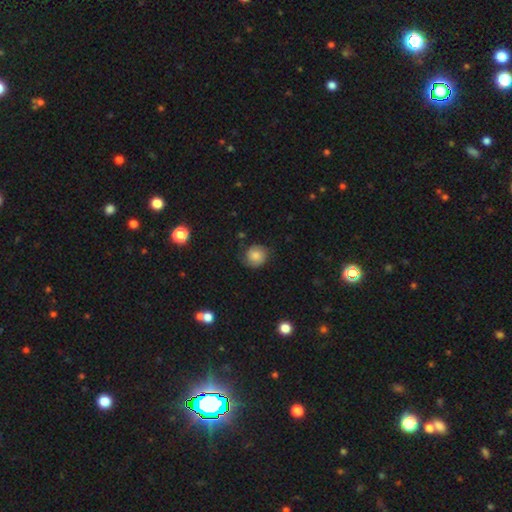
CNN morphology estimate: Smooth or featured?
  - smooth: 64% *
  - featured or disk: 26%
  - star or artifact: 10%
How rounded?
  - round: 82% *
  - in between: 17%
  - cigar-shaped: 1%
Merging?
  - none: 74% *
  - minor disturbance: 18%
  - major disturbance: 6%
  - merger: 1%